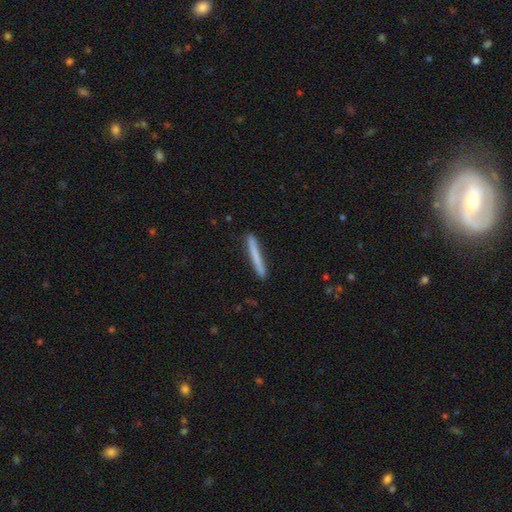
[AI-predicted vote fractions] Overall: smooth (71%). How rounded: cigar-shaped (97%). Merging: none (90%).